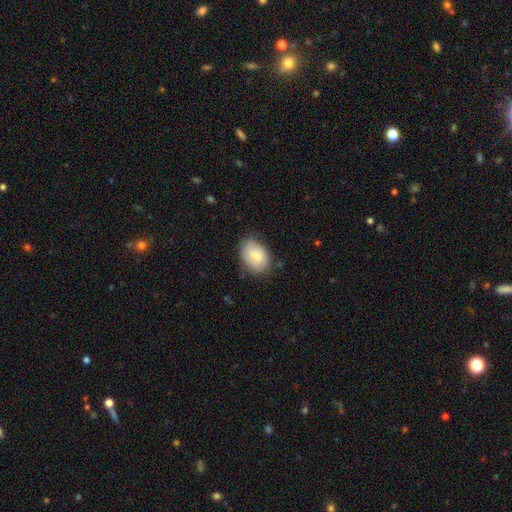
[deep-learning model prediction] Smooth or featured: smooth — 75% (featured or disk — 19%)
How rounded: in between — 79% (round — 20%)
Merging: none — 72% (minor disturbance — 22%)